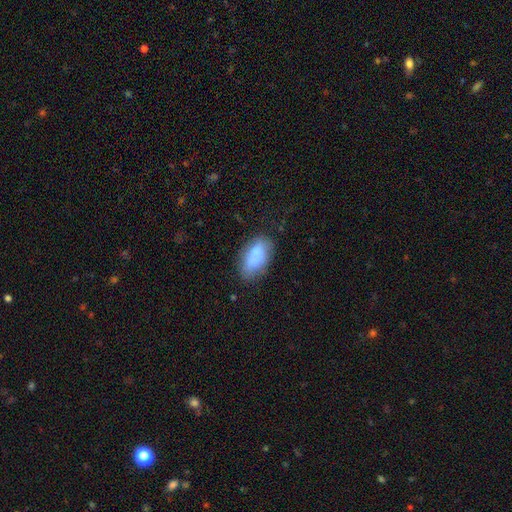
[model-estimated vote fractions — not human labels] This appears to be a smooth galaxy with no disk features (82%) that is in between round and cigar-shaped (92%). Merging: none (64%).